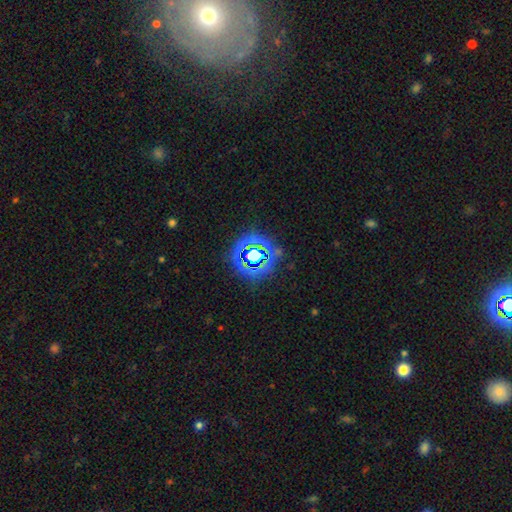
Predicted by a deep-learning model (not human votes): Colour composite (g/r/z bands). It shows a star or artifact, not a galaxy (72%).